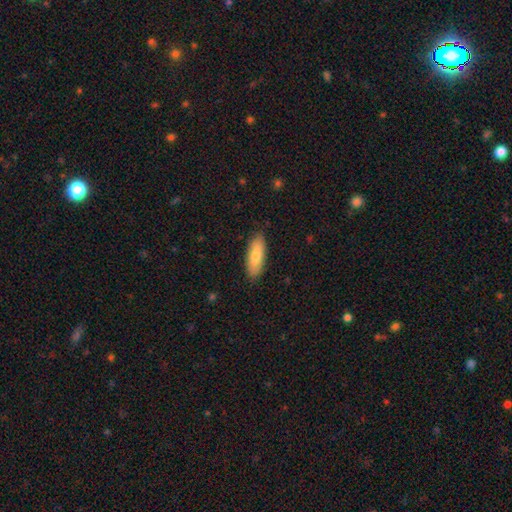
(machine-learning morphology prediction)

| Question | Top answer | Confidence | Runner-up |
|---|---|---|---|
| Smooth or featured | smooth | 80% | featured or disk (14%) |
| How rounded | in between | 64% | cigar-shaped (35%) |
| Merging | none | 85% | minor disturbance (11%) |